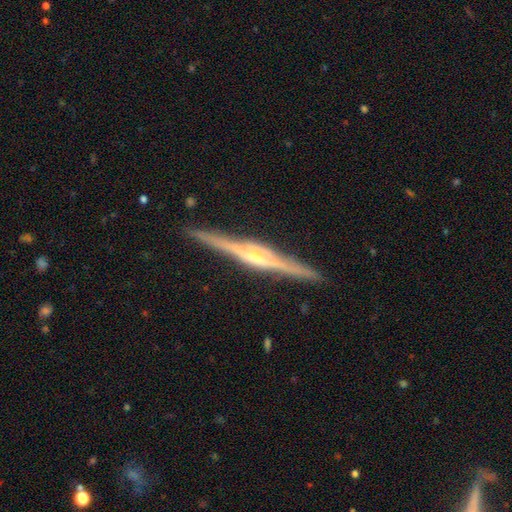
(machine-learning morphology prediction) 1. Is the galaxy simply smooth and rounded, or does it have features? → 88% featured or disk, 7% smooth, 5% star or artifact.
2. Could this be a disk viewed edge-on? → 98% yes, 2% no.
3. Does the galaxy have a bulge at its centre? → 76% rounded, 18% boxy, 6% none.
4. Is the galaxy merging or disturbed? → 92% none, 6% minor disturbance, 1% major disturbance, 1% merger.